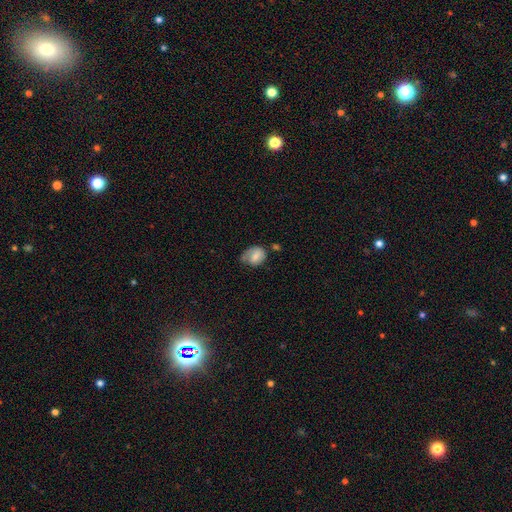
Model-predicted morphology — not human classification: type=smooth (70%); roundness=in between (64%); merging=minor disturbance (38%).